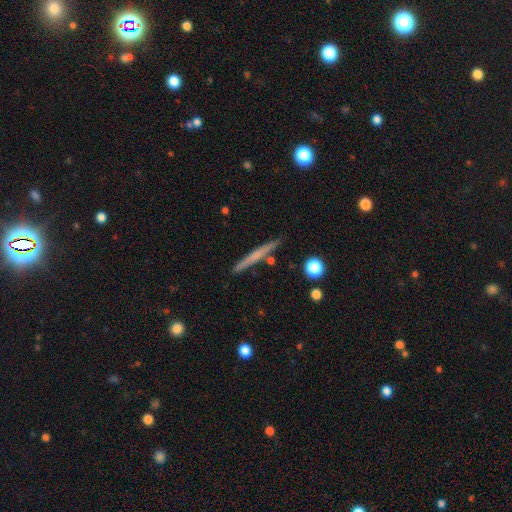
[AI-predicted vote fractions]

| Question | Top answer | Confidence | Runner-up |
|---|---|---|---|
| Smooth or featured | smooth | 49% | featured or disk (44%) |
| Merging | none | 88% | minor disturbance (8%) |